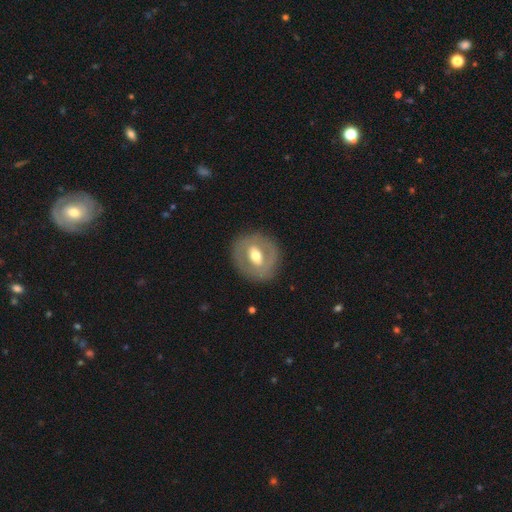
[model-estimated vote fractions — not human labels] A featured or disk galaxy (57%) with a weak bar (37%), no spiral arms (79%) and a moderate central bulge (73%). Merging: none (83%).